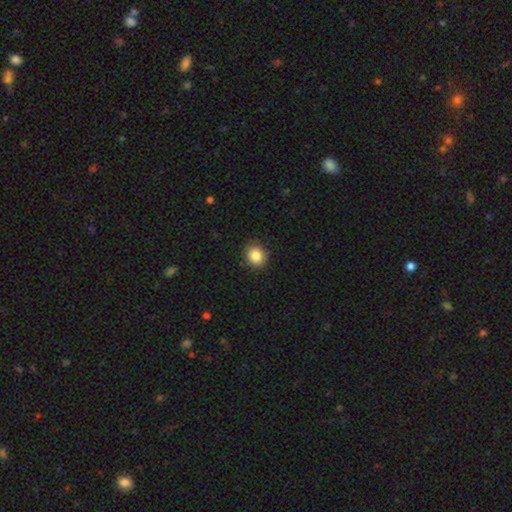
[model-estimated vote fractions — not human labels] The model was most divided on "how rounded": round: 79%, in between: 20%, cigar-shaped: 1%. More confident: merging — none (89%); smooth or featured — smooth (86%).